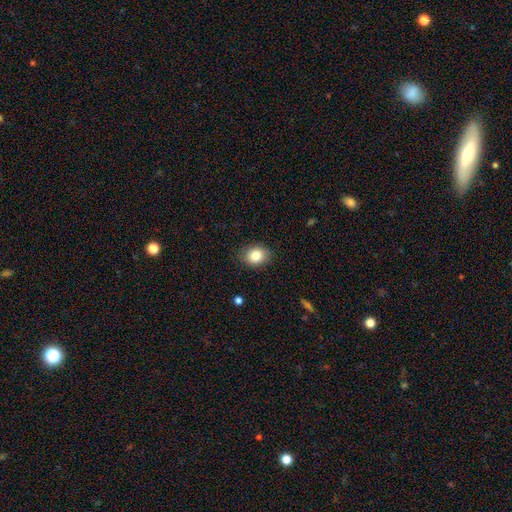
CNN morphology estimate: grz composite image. It shows a smooth galaxy with no disk features (84%) that is in between round and cigar-shaped (60%). Merging: none (86%).